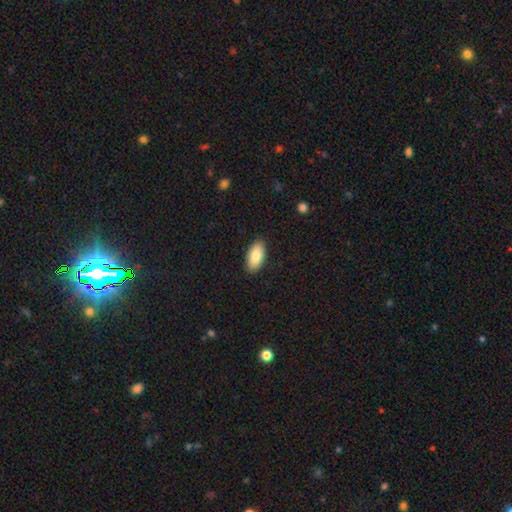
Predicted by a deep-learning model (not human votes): Overall: smooth (83%). How rounded: in between (94%). Merging: none (88%).